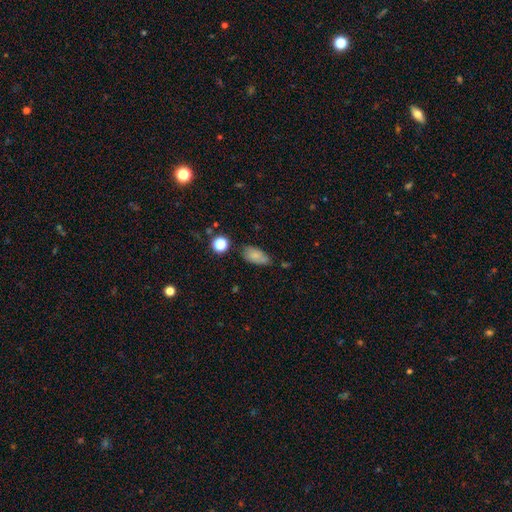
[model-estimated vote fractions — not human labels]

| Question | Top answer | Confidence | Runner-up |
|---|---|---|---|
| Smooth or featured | smooth | 78% | featured or disk (12%) |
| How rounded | in between | 89% | round (6%) |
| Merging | none | 61% | minor disturbance (27%) |